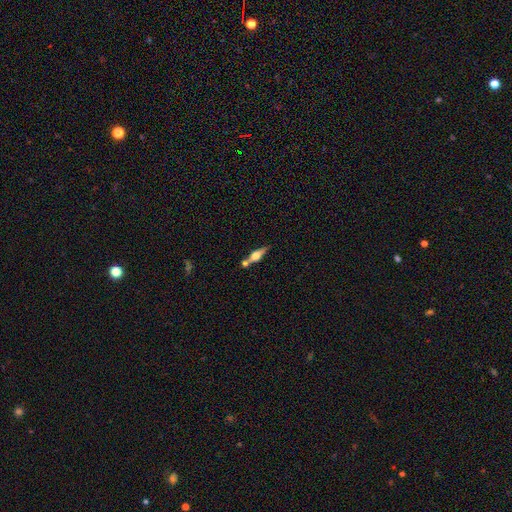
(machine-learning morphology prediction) Overall: featured or disk (63%; smooth 30%). Edge-on disk: yes (94%). Edge-on bulge: rounded (93%). Merging: none (64%).